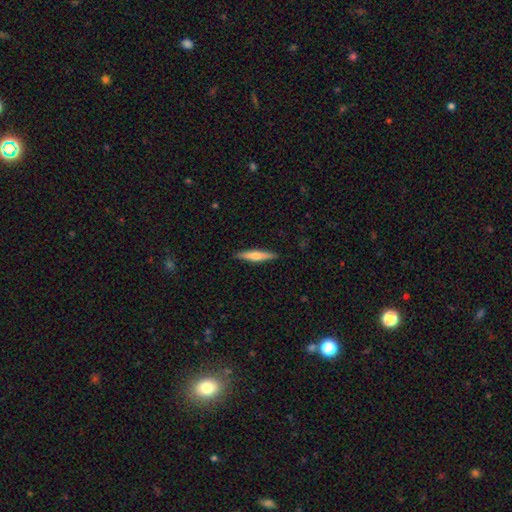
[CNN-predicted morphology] This appears to be a smooth galaxy with no disk features (56%) that is cigar-shaped (86%). Merging: none (90%).